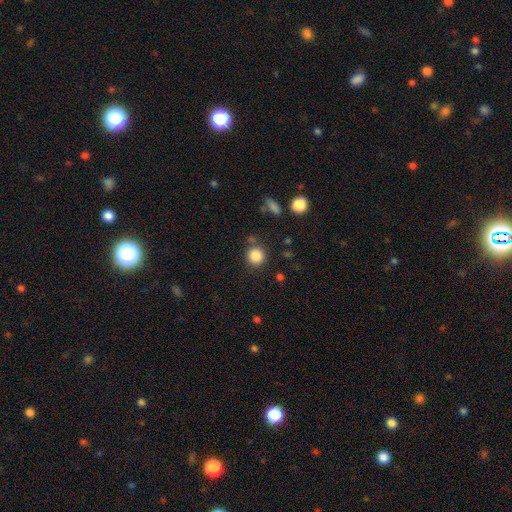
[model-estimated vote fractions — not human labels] The model was most divided on "merging": none: 83%, minor disturbance: 9%, merger: 5%, major disturbance: 3%. More confident: how rounded — round (91%); smooth or featured — smooth (86%).